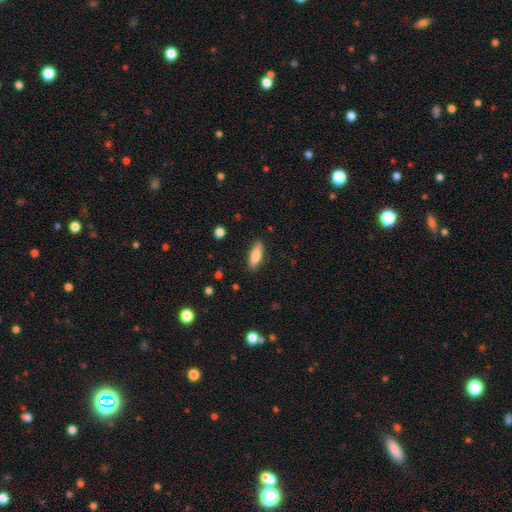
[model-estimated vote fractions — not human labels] Smooth or featured?
  - smooth: 80% *
  - featured or disk: 14%
  - star or artifact: 6%
How rounded?
  - in between: 53% *
  - cigar-shaped: 45%
  - round: 2%
Merging?
  - none: 87% *
  - minor disturbance: 10%
  - major disturbance: 2%
  - merger: 1%